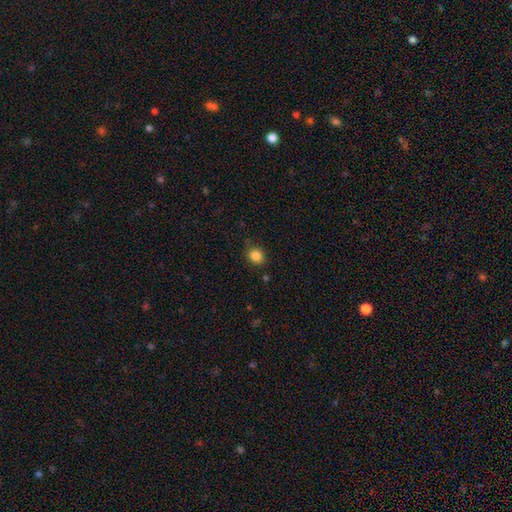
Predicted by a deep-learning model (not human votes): Smooth or featured? Predicted: smooth (p=0.85). How rounded? Predicted: round (p=0.83). Merging? Predicted: none (p=0.84).